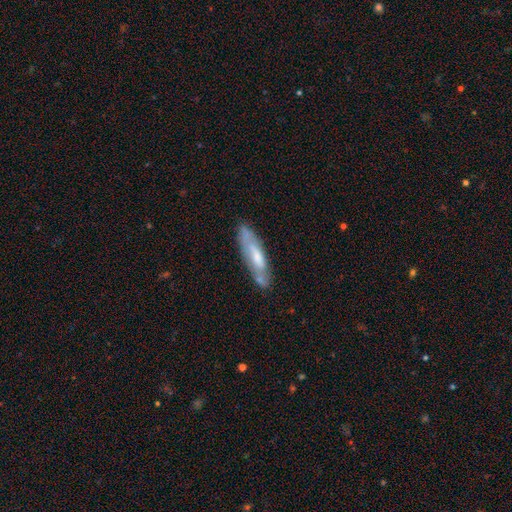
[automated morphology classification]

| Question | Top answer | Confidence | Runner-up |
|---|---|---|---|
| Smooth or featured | featured or disk | 49% | smooth (45%) |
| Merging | none | 69% | minor disturbance (20%) |